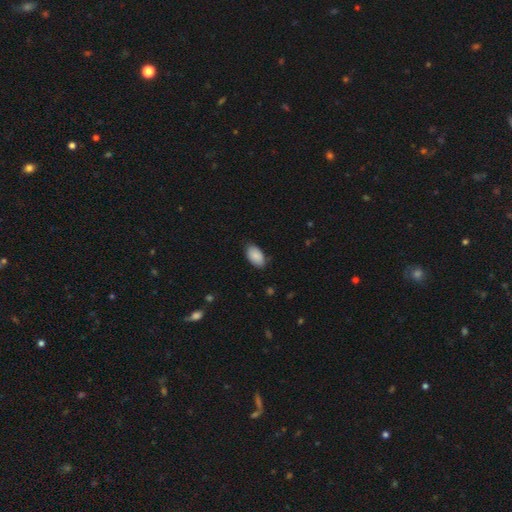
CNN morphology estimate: Q: Smooth or featured?
A: smooth (89%); runner-up: star or artifact (6%)
Q: How rounded?
A: in between (95%); runner-up: round (4%)
Q: Merging?
A: none (82%); runner-up: minor disturbance (15%)